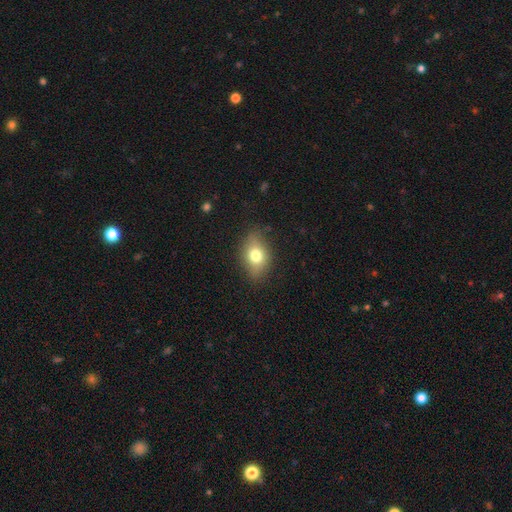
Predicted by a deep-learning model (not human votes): Smooth or featured: smooth — 71% (featured or disk — 19%)
How rounded: in between — 75% (round — 22%)
Merging: none — 80% (minor disturbance — 15%)